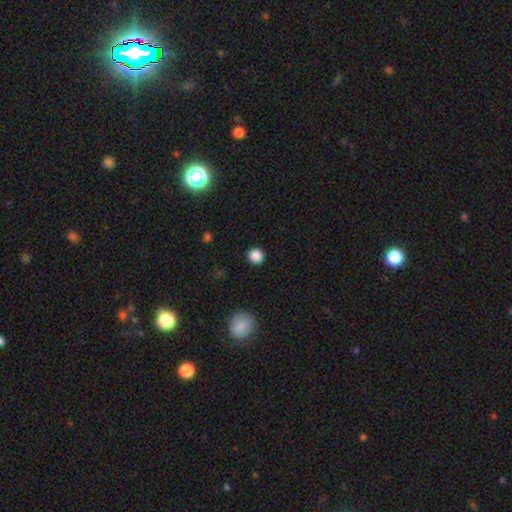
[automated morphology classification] smooth_or_featured: smooth (p=0.86) [alt: star or artifact p=0.11]
how_rounded: round (p=0.94) [alt: in between p=0.05]
merging: none (p=0.92) [alt: minor disturbance p=0.05]